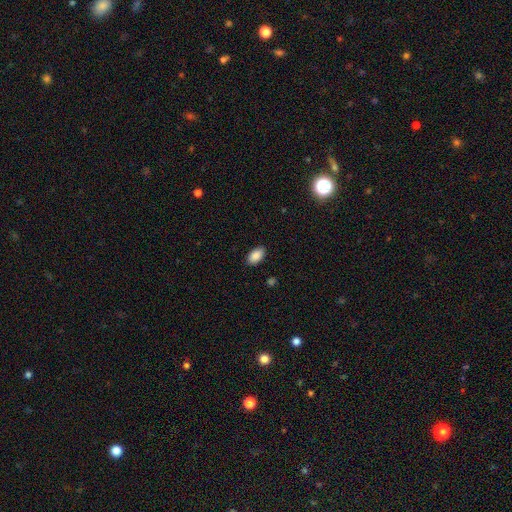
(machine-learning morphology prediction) The model was most divided on "merging": none: 89%, minor disturbance: 8%, major disturbance: 2%, merger: 1%. More confident: how rounded — in between (94%); smooth or featured — smooth (89%).